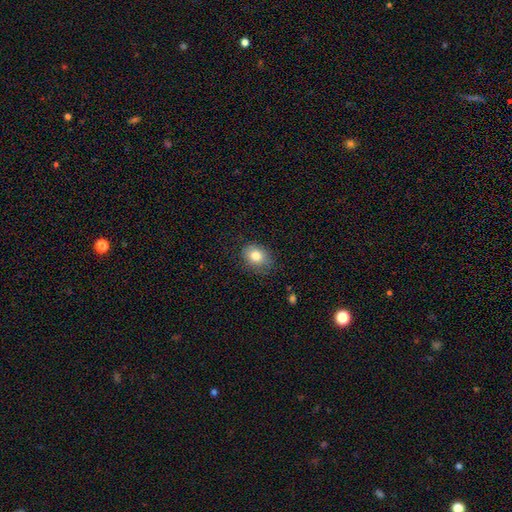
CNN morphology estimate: Smooth or featured?
  - smooth: 80% *
  - featured or disk: 10%
  - star or artifact: 9%
How rounded?
  - in between: 56% *
  - round: 43%
  - cigar-shaped: 1%
Merging?
  - none: 77% *
  - minor disturbance: 17%
  - major disturbance: 4%
  - merger: 1%